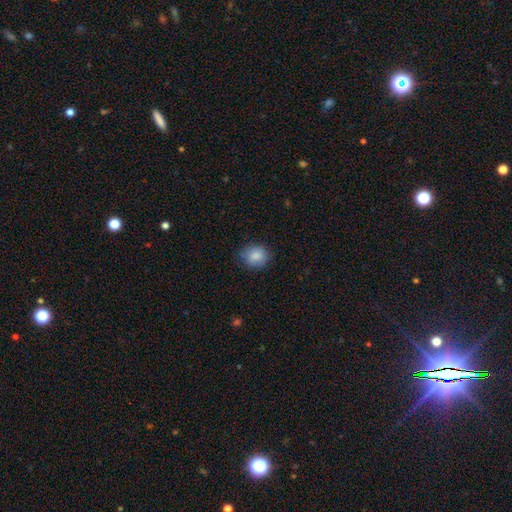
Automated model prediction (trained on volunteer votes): Smooth or featured? Predicted: smooth (p=0.86). How rounded? Predicted: round (p=0.75). Merging? Predicted: none (p=0.80).